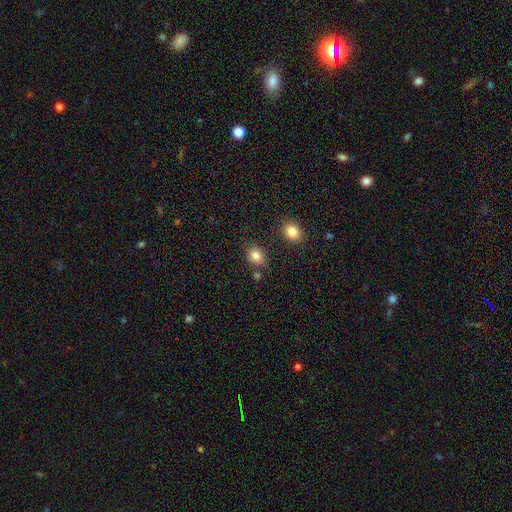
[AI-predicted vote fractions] Smooth or featured? Predicted: smooth (p=0.84). How rounded? Predicted: round (p=0.51). Merging? Predicted: none (p=0.77).